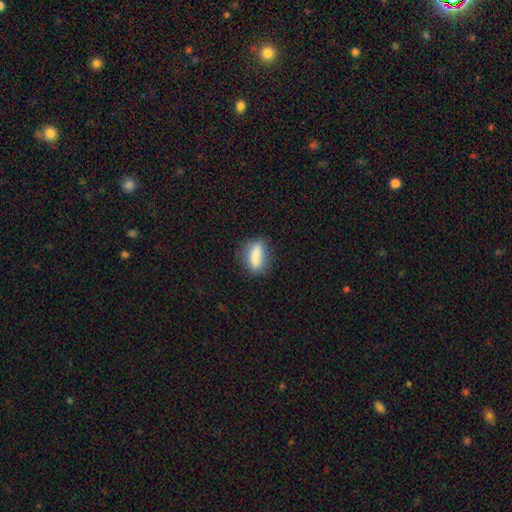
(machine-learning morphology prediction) Overall: smooth (83%). How rounded: in between (69%). Merging: none (75%).